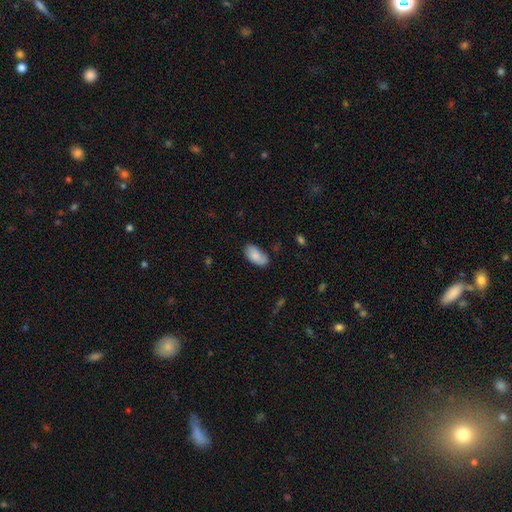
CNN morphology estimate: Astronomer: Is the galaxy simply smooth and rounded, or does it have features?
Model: smooth — 80%.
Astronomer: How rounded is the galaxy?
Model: in between — 94%.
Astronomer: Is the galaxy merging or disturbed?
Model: none — 66%.